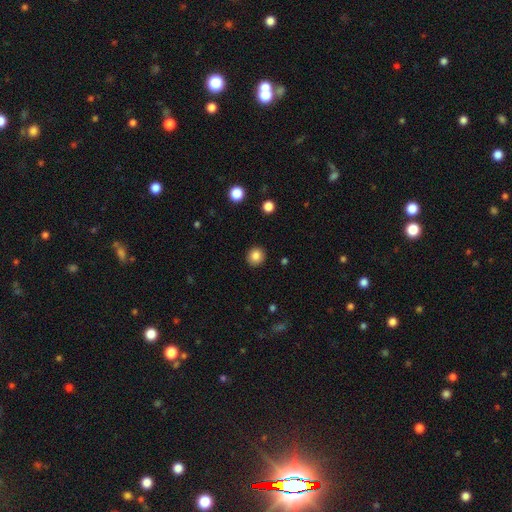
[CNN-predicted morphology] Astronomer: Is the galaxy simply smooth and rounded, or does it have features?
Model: smooth — 85%.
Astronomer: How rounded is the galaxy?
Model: round — 90%.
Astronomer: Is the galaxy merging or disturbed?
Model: none — 91%.